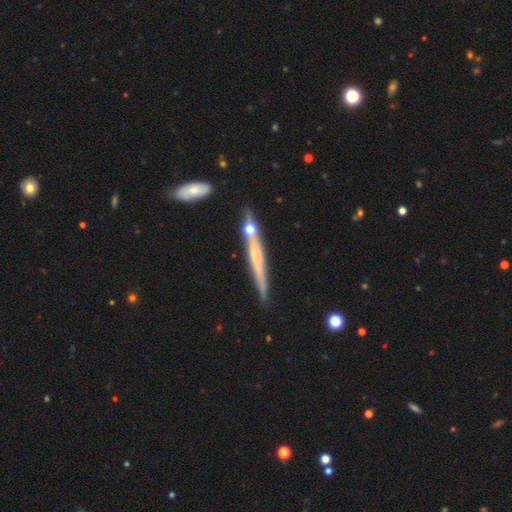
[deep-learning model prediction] featured or disk 56%, smooth 37%, star or artifact 7%. Down the decision tree: edge-on disk — yes (95%); edge-on bulge — none (72%); merging — none (77%).